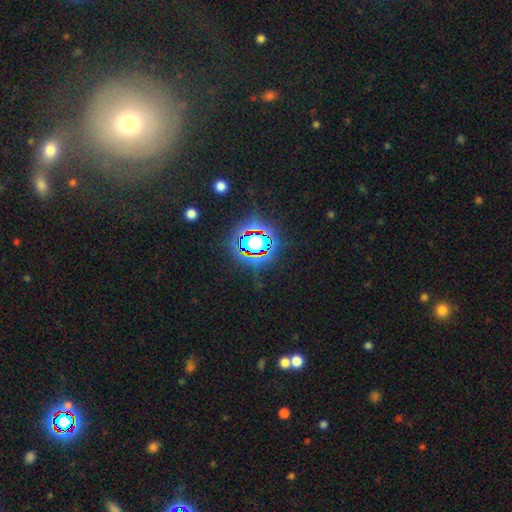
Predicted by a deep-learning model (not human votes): smooth-or-featured: star or artifact: 61% | smooth: 20% | featured or disk: 19%